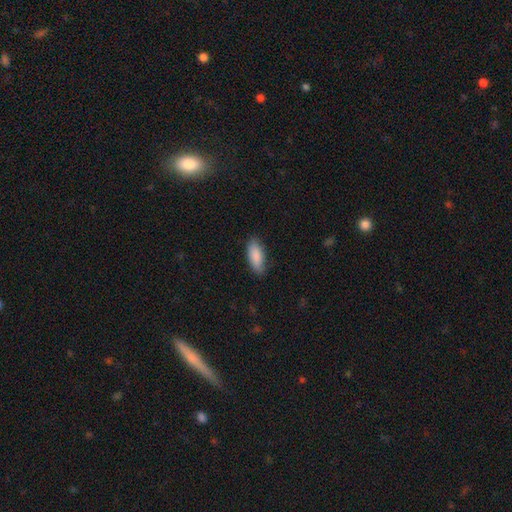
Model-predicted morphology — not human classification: Overall: smooth (88%). How rounded: in between (78%). Merging: none (79%).